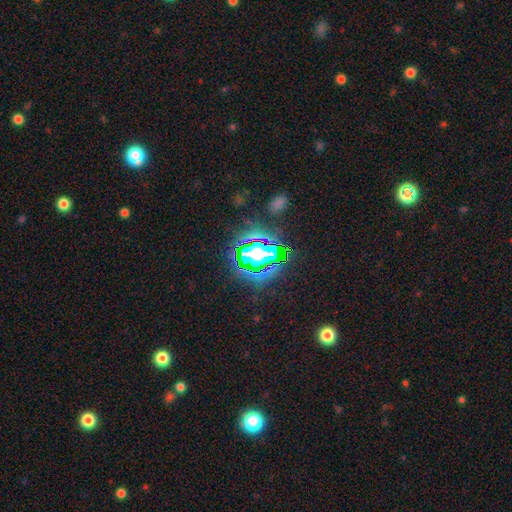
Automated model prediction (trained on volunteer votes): Smooth or featured? star or artifact (70%)